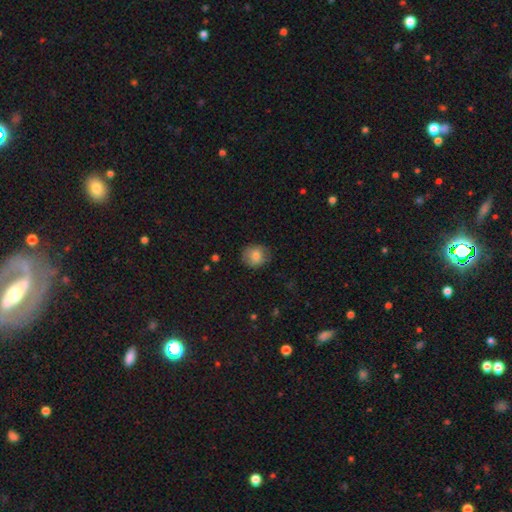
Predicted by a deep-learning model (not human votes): Overall: smooth (79%). How rounded: round (82%). Merging: none (81%).